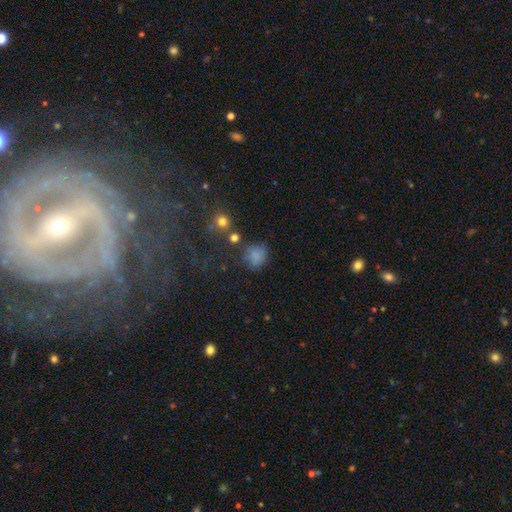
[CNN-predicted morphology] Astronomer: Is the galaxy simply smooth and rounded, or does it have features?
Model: smooth — 76%.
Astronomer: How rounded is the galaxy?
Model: round — 77%.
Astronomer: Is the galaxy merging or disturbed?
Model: none — 67%.